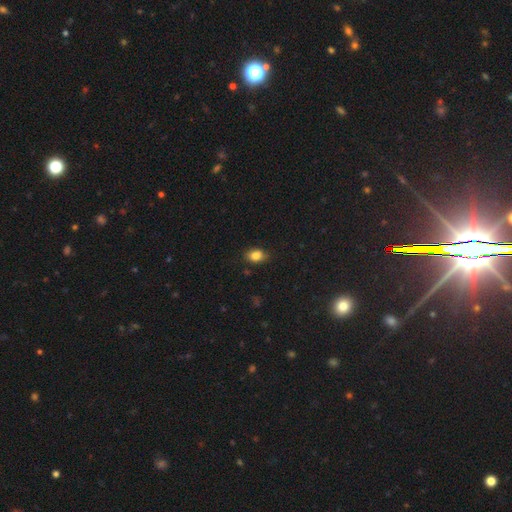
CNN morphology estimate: smooth 84%, star or artifact 10%, featured or disk 6%. Down the decision tree: how rounded — in between (75%); merging — none (82%).